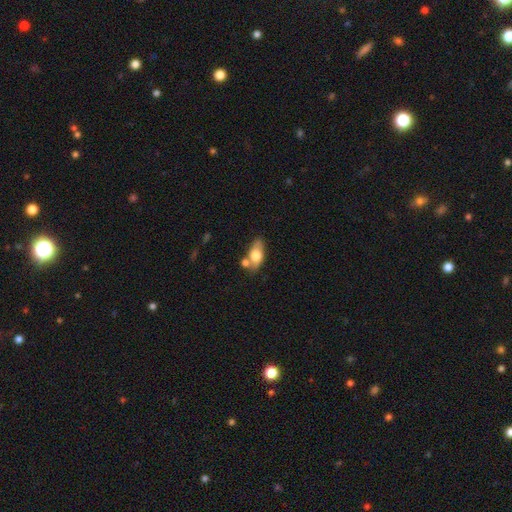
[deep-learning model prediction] This is likely a smooth galaxy (69%). How rounded: clearly in between (85%). Merging: possibly none (57%).